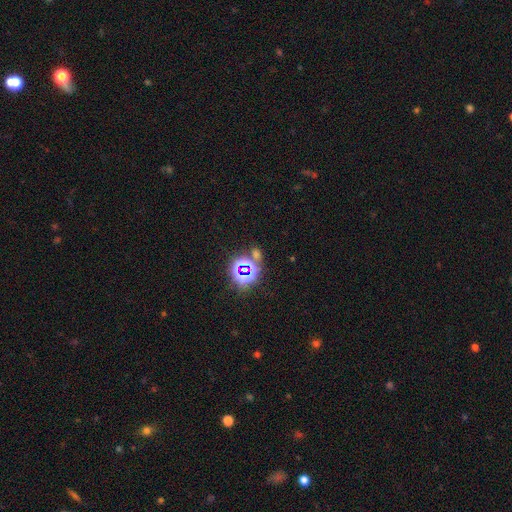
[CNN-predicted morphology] smooth-or-featured: star or artifact: 73% | smooth: 18% | featured or disk: 8%